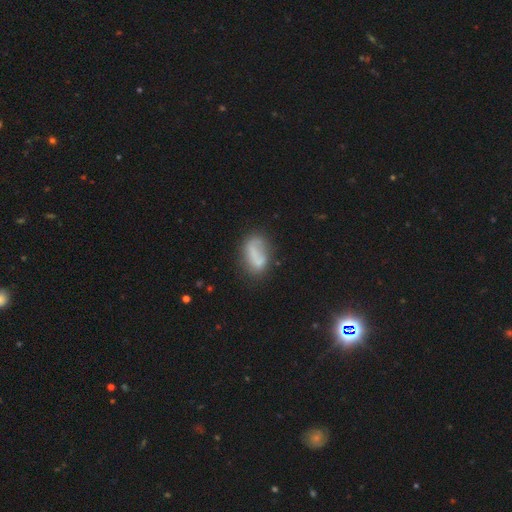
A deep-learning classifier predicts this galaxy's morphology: Smooth or featured? Predicted: smooth (p=0.61). How rounded? Predicted: in between (p=0.86). Merging? Predicted: none (p=0.47).